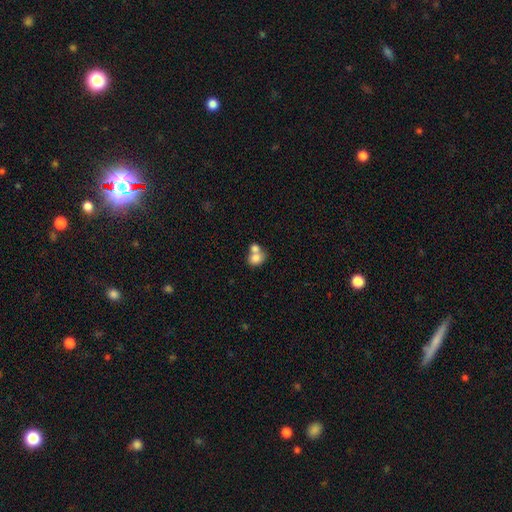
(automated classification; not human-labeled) Smooth or featured: smooth — 77% (featured or disk — 14%)
How rounded: round — 54% (in between — 45%)
Merging: merger — 61% (none — 28%)